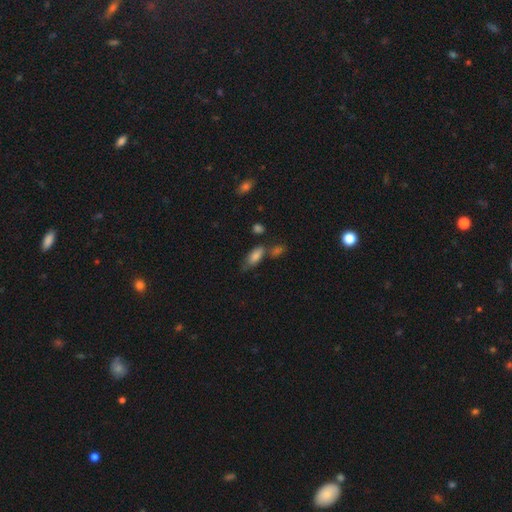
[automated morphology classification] This is likely a smooth galaxy (79%). How rounded: likely in between (79%). Merging: possibly none (50%).